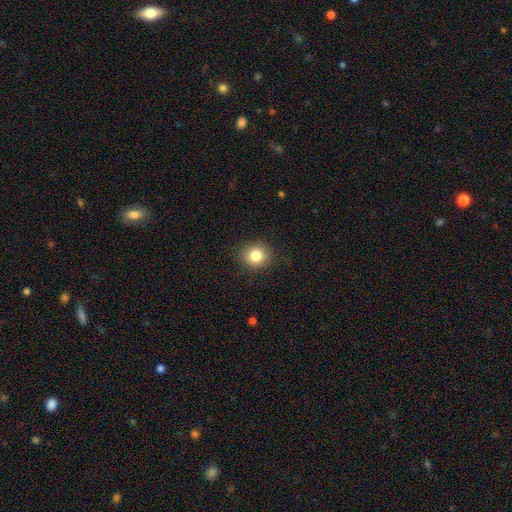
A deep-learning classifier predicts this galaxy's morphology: Smooth or featured? Predicted: smooth (p=0.82). How rounded? Predicted: round (p=0.86). Merging? Predicted: none (p=0.89).